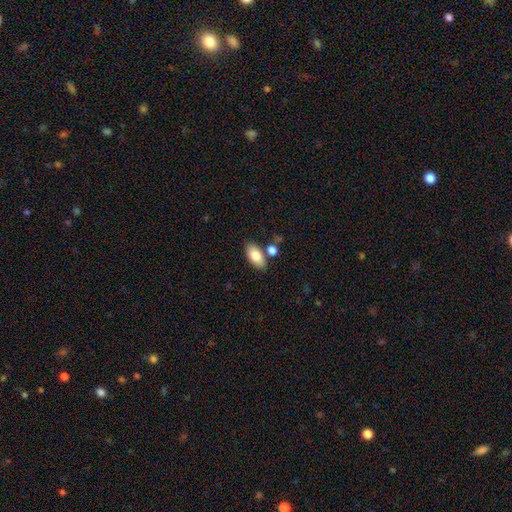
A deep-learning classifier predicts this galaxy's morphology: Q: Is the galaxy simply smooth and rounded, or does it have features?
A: smooth — 82%.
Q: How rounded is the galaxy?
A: in between — 91%.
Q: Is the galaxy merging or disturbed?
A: none — 74%.